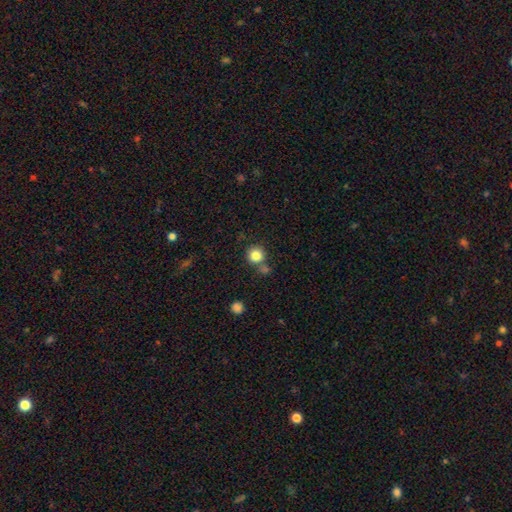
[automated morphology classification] smooth 83%, star or artifact 11%, featured or disk 6%. Down the decision tree: how rounded — round (92%); merging — none (69%).